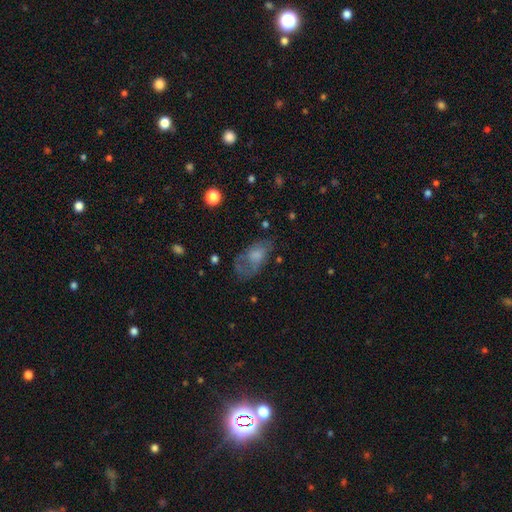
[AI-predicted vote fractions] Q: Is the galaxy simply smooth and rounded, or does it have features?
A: smooth — 53%.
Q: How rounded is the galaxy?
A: in between — 88%.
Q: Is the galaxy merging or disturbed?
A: none — 47%.